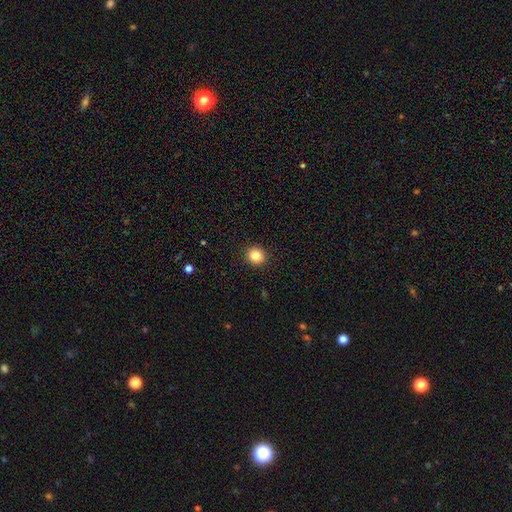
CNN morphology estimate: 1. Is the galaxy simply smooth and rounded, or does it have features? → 84% smooth, 11% star or artifact, 6% featured or disk.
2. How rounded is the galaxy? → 90% round, 9% in between, 1% cigar-shaped.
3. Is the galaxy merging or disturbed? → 93% none, 5% minor disturbance, 2% major disturbance, 1% merger.